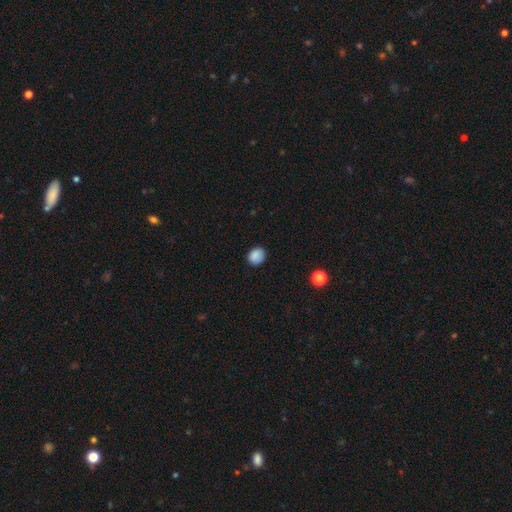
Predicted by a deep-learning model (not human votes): A smooth galaxy with no disk features (87%) that is round (70%). Merging: none (87%).